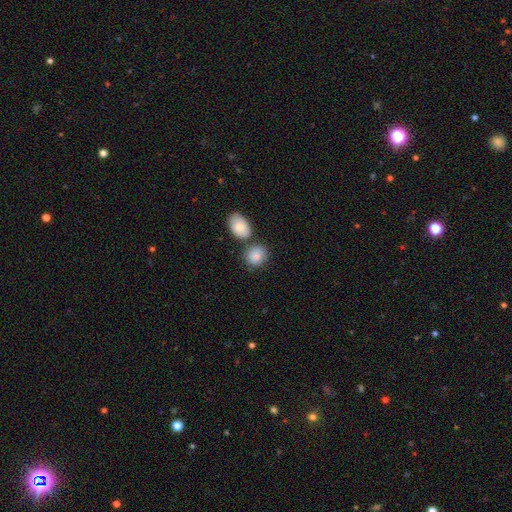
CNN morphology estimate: Q: Smooth or featured?
A: smooth (84%); runner-up: featured or disk (8%)
Q: How rounded?
A: round (65%); runner-up: in between (34%)
Q: Merging?
A: none (63%); runner-up: merger (23%)